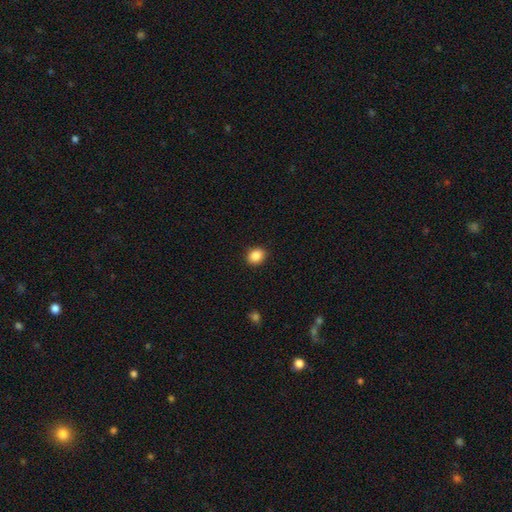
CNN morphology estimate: smooth-or-featured: smooth: 88% | star or artifact: 9% | featured or disk: 3%
  how-rounded: round: 61% | in between: 38% | cigar-shaped: 1%
  merging: none: 90% | minor disturbance: 7% | major disturbance: 2% | merger: 1%